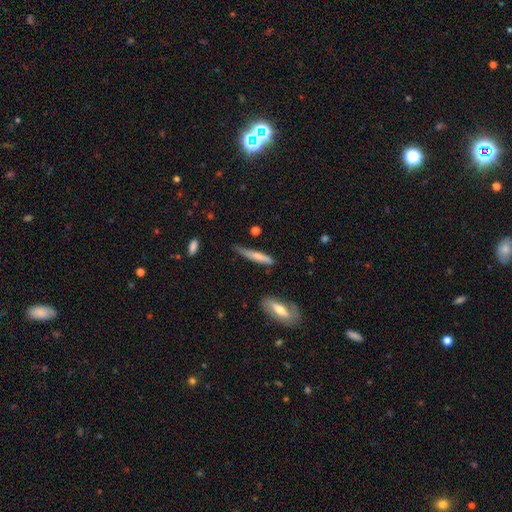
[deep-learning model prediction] smooth-or-featured: smooth: 63% | featured or disk: 29% | star or artifact: 8%
  how-rounded: cigar-shaped: 89% | in between: 9% | round: 2%
  merging: none: 63% | minor disturbance: 27% | major disturbance: 6% | merger: 3%